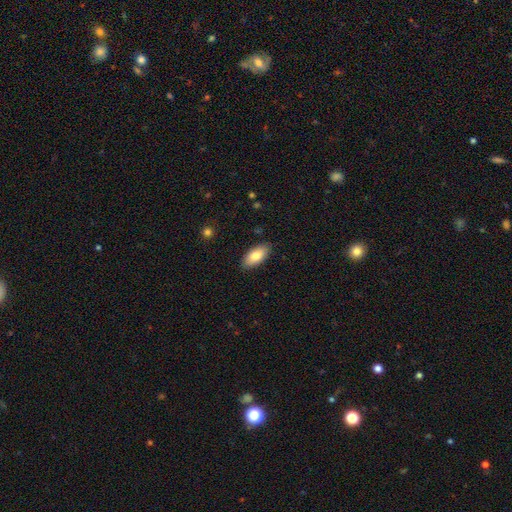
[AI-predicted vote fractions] A smooth galaxy with no disk features (81%) that is in between round and cigar-shaped (88%).

Vote fractions:
- Smooth or featured? smooth: 81% / featured or disk: 13% / star or artifact: 6%
- How rounded? in between: 88% / cigar-shaped: 10% / round: 2%
- Merging? none: 87% / minor disturbance: 10% / major disturbance: 2% / merger: 1%